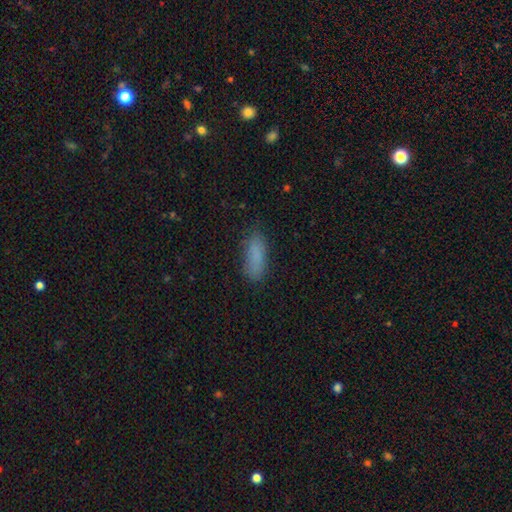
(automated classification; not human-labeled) smooth 84%, star or artifact 9%, featured or disk 7%. Down the decision tree: how rounded — in between (60%); merging — none (79%).